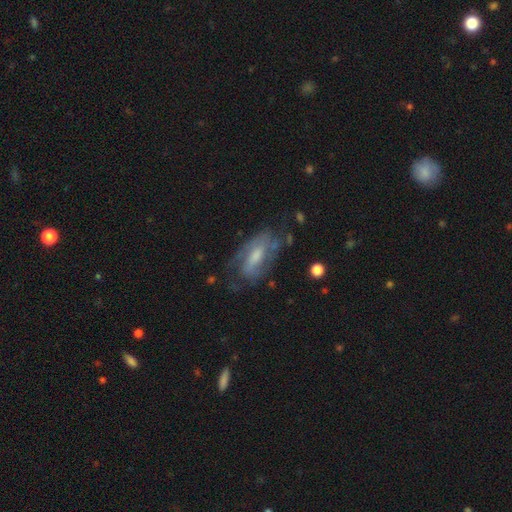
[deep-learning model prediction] A featured or disk galaxy (69%) with a weak bar (45%), 2 (57%) medium (44%) spiral arms (82%) and a moderate central bulge (46%). Merging: none (58%).